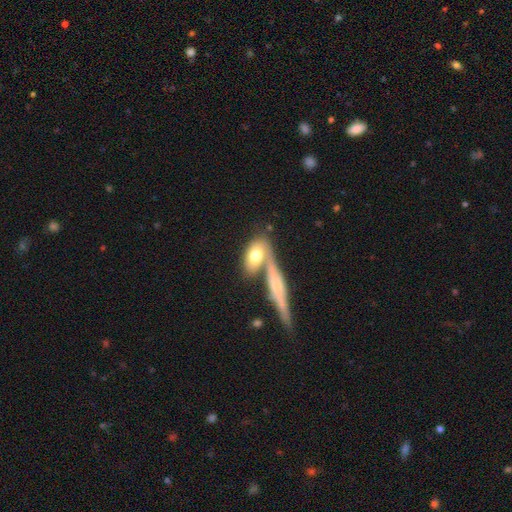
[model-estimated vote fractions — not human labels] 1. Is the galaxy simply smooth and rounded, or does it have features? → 67% smooth, 27% featured or disk, 6% star or artifact.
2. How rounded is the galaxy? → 79% in between, 14% cigar-shaped, 8% round.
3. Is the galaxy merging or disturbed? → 44% none, 37% merger, 13% minor disturbance, 5% major disturbance.